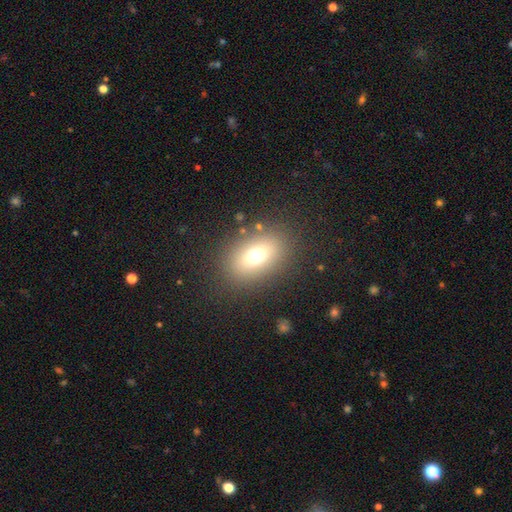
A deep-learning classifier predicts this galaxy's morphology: type=smooth (71%); roundness=in between (77%); merging=none (84%).